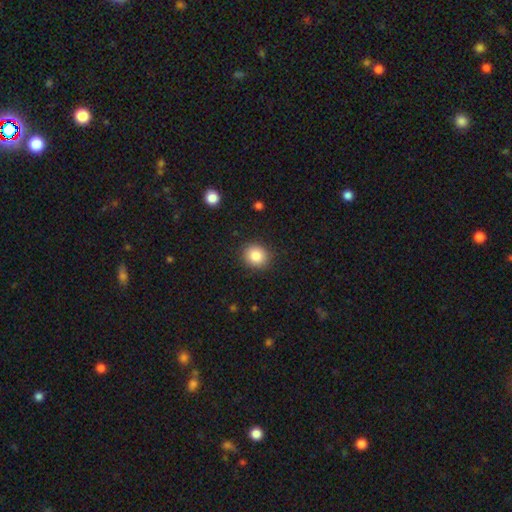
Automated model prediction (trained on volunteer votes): Smooth or featured? smooth (85%)
How rounded? round (81%)
Merging? none (89%)